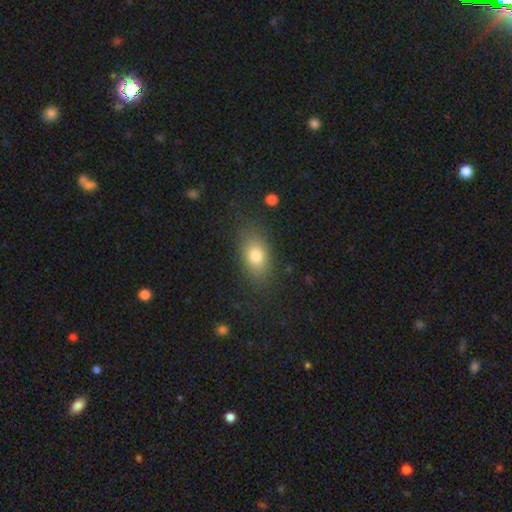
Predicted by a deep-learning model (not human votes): This is likely a smooth galaxy (79%). How rounded: clearly in between (82%). Merging: clearly none (81%).